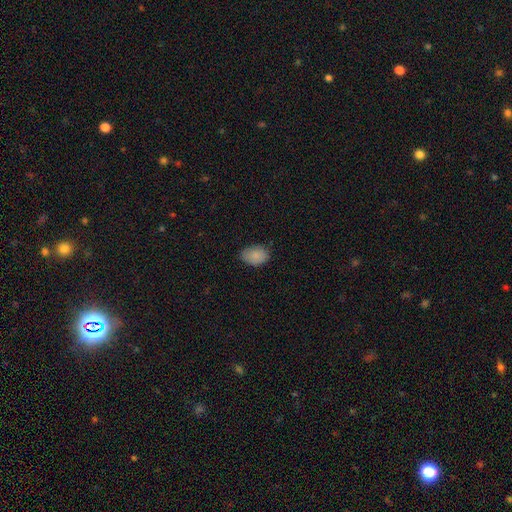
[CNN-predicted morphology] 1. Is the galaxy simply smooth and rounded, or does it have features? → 87% smooth, 8% star or artifact, 5% featured or disk.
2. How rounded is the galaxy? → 85% in between, 13% round, 1% cigar-shaped.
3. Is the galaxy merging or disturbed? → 76% none, 20% minor disturbance, 3% major disturbance, 1% merger.